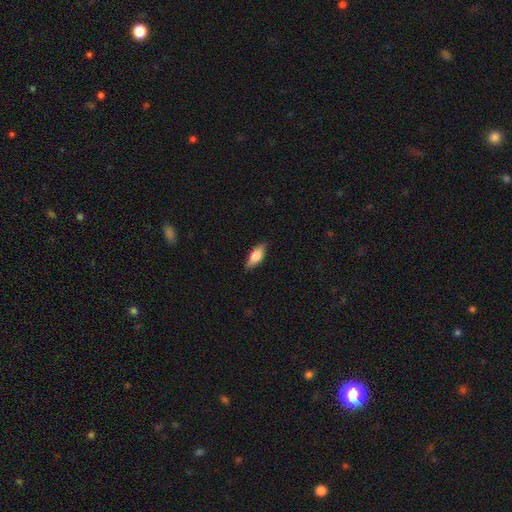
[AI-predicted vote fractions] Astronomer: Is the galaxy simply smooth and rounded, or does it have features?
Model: smooth — 70%.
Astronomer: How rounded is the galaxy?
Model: in between — 74%.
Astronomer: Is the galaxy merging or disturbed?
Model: none — 86%.